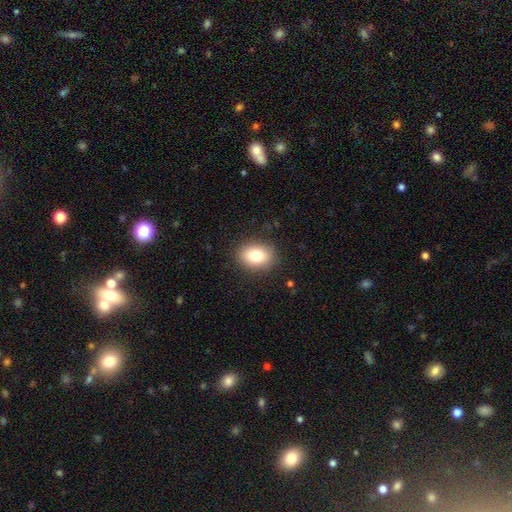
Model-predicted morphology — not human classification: smooth 81%, featured or disk 10%, star or artifact 10%. Down the decision tree: how rounded — in between (66%); merging — none (87%).